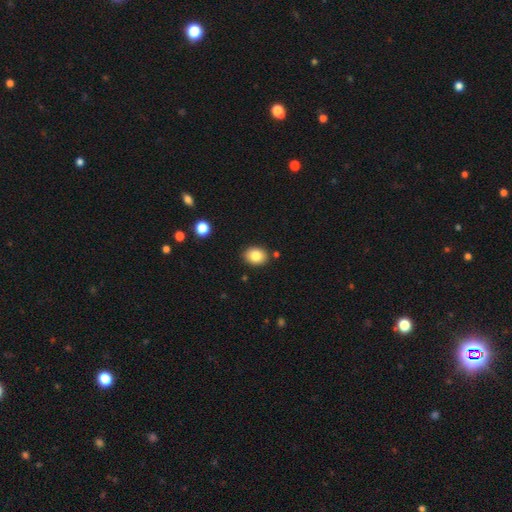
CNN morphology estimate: Overall: smooth (83%). How rounded: in between (56%; round 43%). Merging: none (86%).